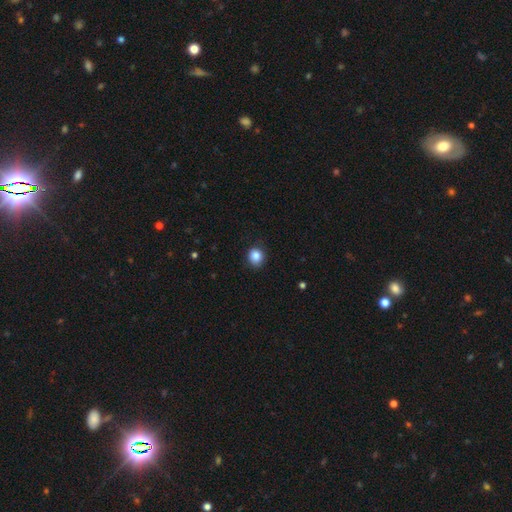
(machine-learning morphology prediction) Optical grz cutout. It shows a smooth galaxy with no disk features (86%) that is round (81%). Merging: none (84%).